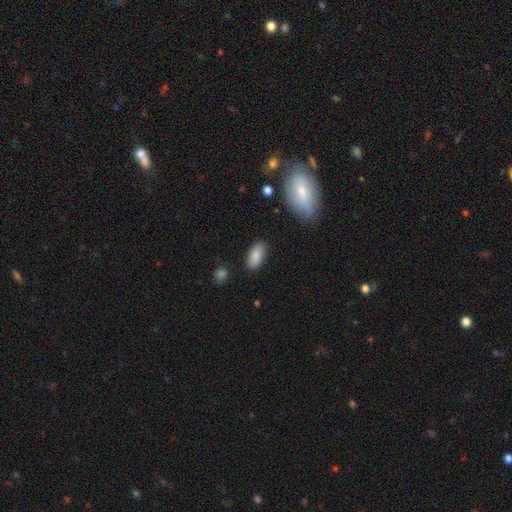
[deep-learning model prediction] smooth-or-featured: smooth: 87% | star or artifact: 7% | featured or disk: 6%
  how-rounded: in between: 90% | cigar-shaped: 7% | round: 3%
  merging: none: 85% | minor disturbance: 11% | major disturbance: 3% | merger: 2%